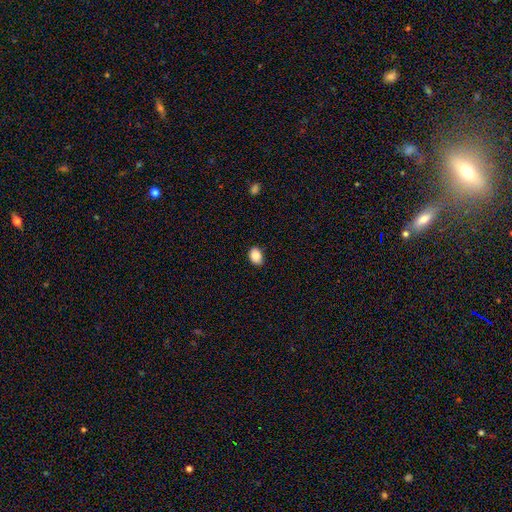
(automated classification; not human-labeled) A smooth galaxy with no disk features (88%) that is in between round and cigar-shaped (72%). Merging: none (84%).